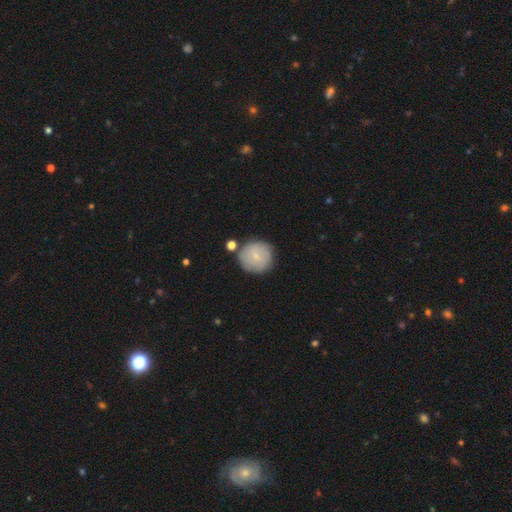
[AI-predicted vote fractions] Q: Smooth or featured?
A: smooth (71%); runner-up: featured or disk (22%)
Q: How rounded?
A: round (93%); runner-up: in between (6%)
Q: Merging?
A: none (75%); runner-up: minor disturbance (14%)